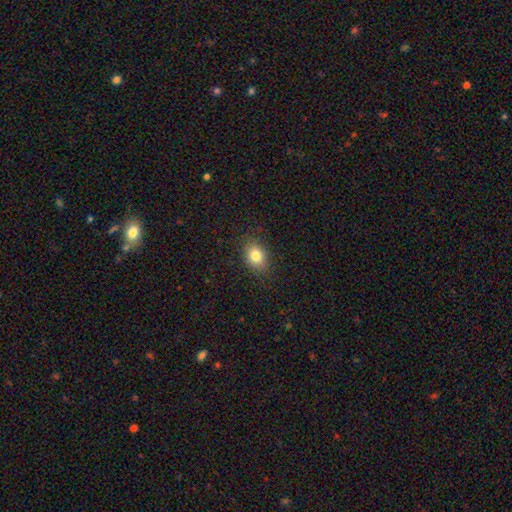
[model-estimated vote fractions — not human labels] Smooth or featured? Predicted: smooth (p=0.82). How rounded? Predicted: in between (p=0.73). Merging? Predicted: none (p=0.86).